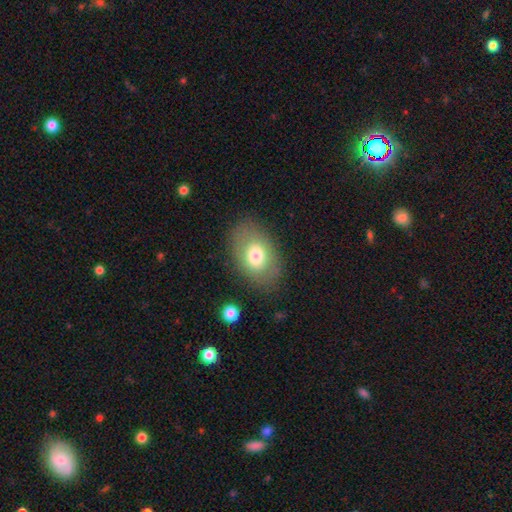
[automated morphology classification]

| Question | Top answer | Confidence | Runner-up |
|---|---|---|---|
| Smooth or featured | smooth | 70% | featured or disk (22%) |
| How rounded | in between | 82% | round (16%) |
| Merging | none | 79% | minor disturbance (13%) |